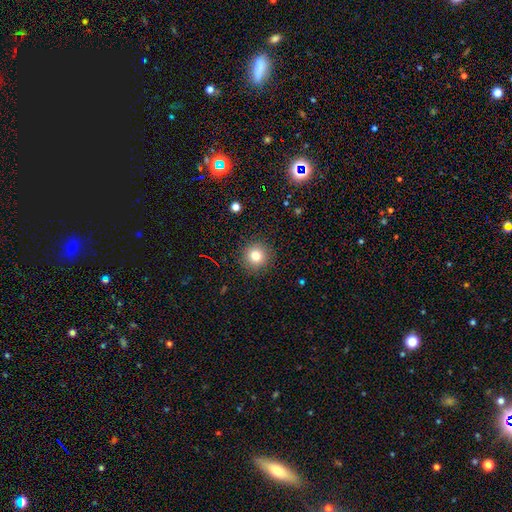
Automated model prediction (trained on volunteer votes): Q: Smooth or featured?
A: smooth (78%); runner-up: star or artifact (13%)
Q: How rounded?
A: round (95%); runner-up: in between (4%)
Q: Merging?
A: none (91%); runner-up: minor disturbance (6%)